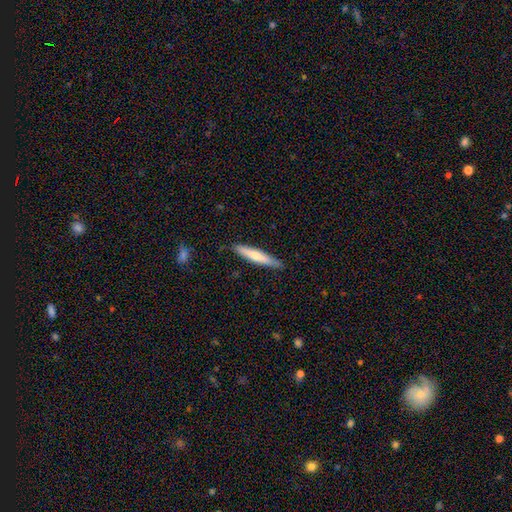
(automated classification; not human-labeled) Overall: smooth (63%; featured or disk 32%). How rounded: cigar-shaped (92%). Merging: none (88%).